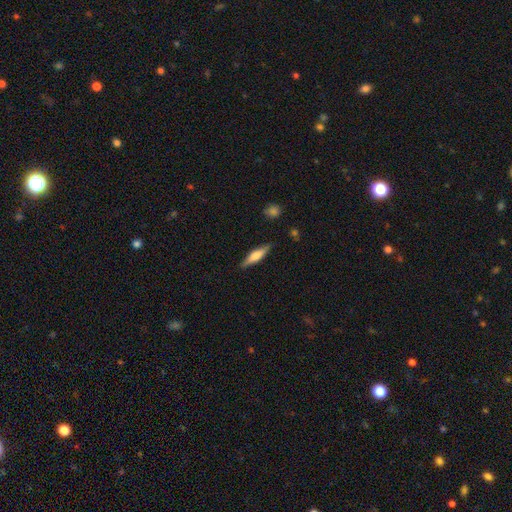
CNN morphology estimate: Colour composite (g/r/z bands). It shows a smooth galaxy with no disk features (53%) that is cigar-shaped (72%). Merging: none (86%).